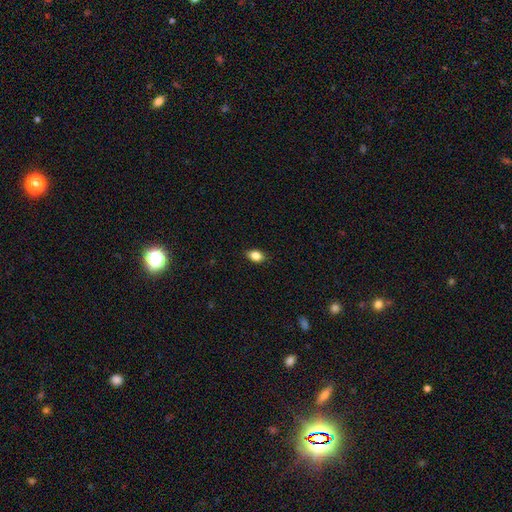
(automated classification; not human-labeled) This appears to be a smooth galaxy with no disk features (85%) that is in between round and cigar-shaped (82%). Merging: none (87%).